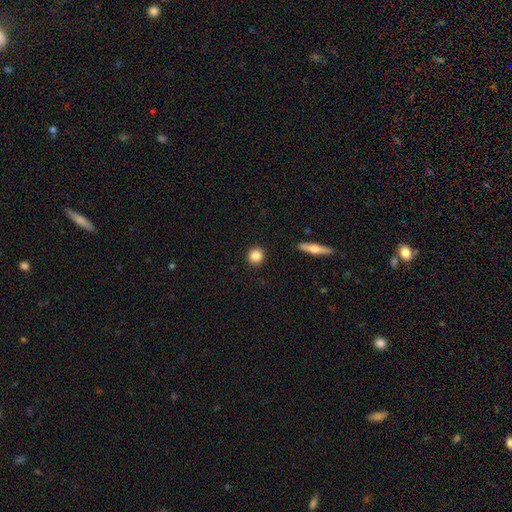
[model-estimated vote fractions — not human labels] smooth_or_featured: smooth (p=0.84) [alt: star or artifact p=0.08]
how_rounded: round (p=0.93) [alt: in between p=0.06]
merging: none (p=0.92) [alt: minor disturbance p=0.05]